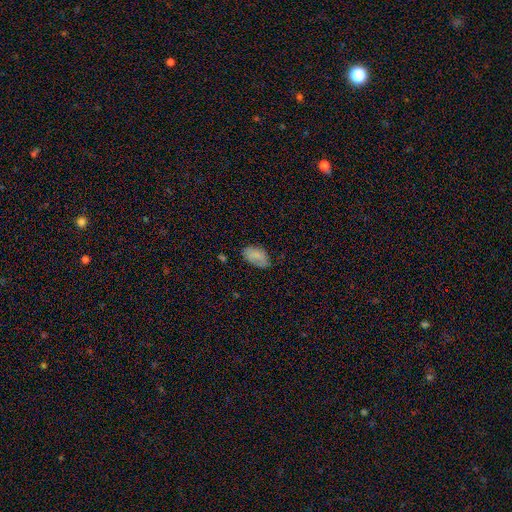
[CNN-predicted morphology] Q: Smooth or featured?
A: smooth (77%); runner-up: featured or disk (14%)
Q: How rounded?
A: in between (93%); runner-up: round (6%)
Q: Merging?
A: none (68%); runner-up: minor disturbance (24%)